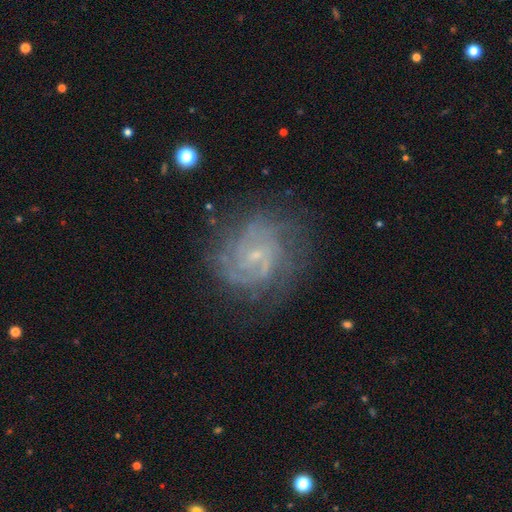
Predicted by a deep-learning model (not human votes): featured or disk 81%, smooth 10%, star or artifact 9%. Down the decision tree: edge-on disk — no (98%); bar — no (48%); spiral arms — yes (93%); spiral arm count — can't tell (35%); spiral winding — tight (56%); bulge size — small (78%); merging — none (72%).